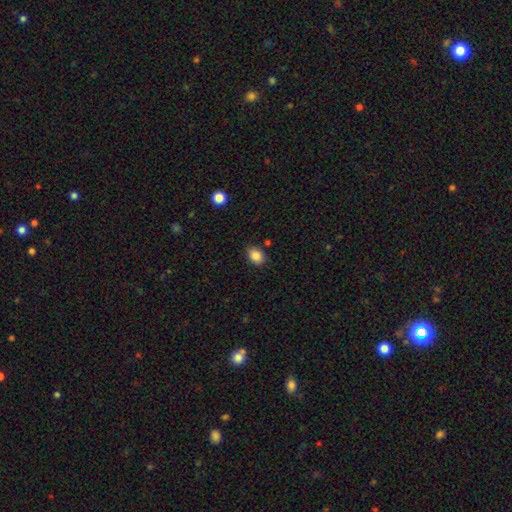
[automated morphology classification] This appears to be a smooth galaxy with no disk features (87%) that is in between round and cigar-shaped (65%). Merging: none (80%).